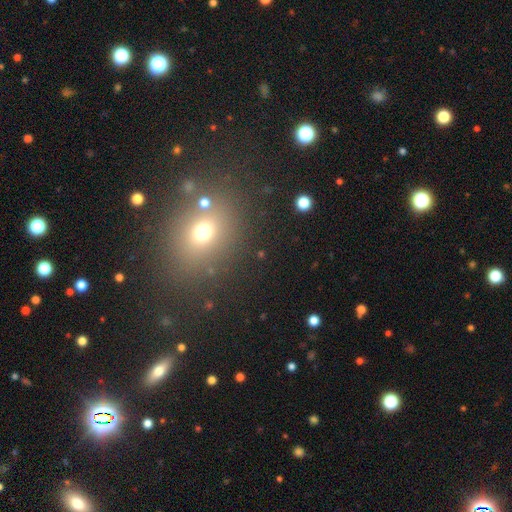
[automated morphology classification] smooth 52%, star or artifact 37%, featured or disk 11%. Down the decision tree: how rounded — round (61%); merging — none (81%).